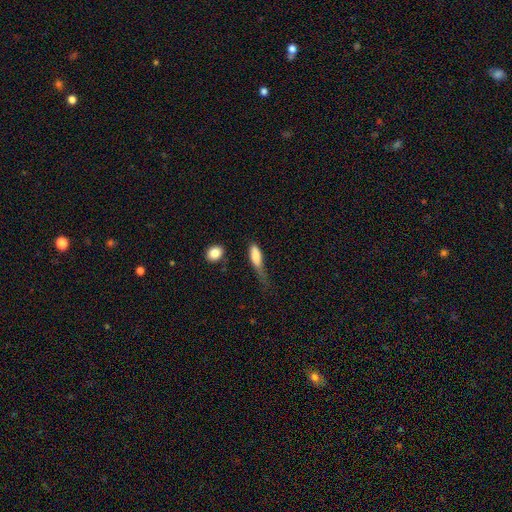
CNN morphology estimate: Smooth or featured? smooth (79%)
How rounded? in between (59%)
Merging? minor disturbance (36%)